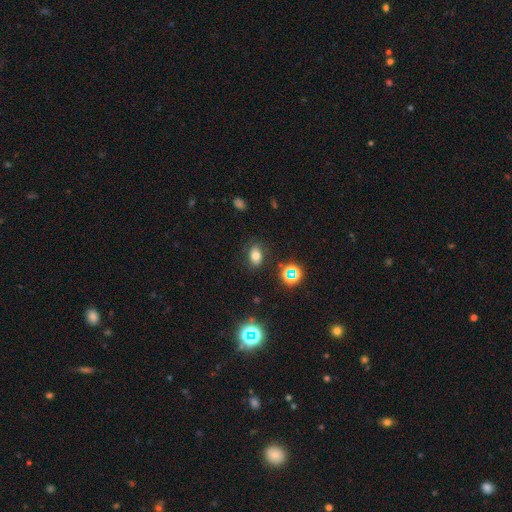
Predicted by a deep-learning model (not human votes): smooth-or-featured: smooth: 68% | star or artifact: 19% | featured or disk: 12%
  how-rounded: in between: 77% | round: 21% | cigar-shaped: 2%
  merging: none: 81% | minor disturbance: 13% | major disturbance: 4% | merger: 2%